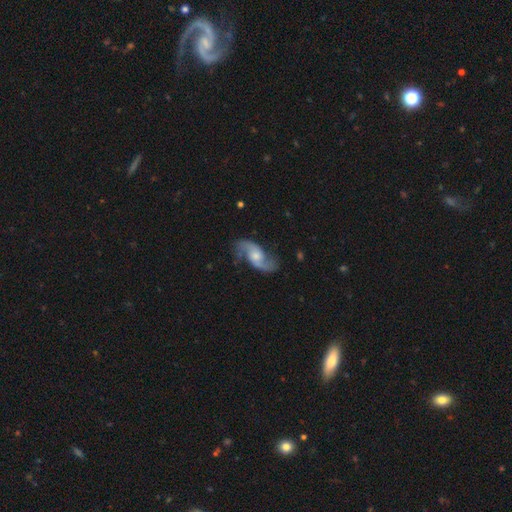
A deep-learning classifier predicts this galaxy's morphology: A featured or disk galaxy (87%) with no bar (58%), 2 (93%) loose (60%) spiral arms (97%) and a moderate central bulge (51%).

Vote fractions:
- Smooth or featured? featured or disk: 87% / smooth: 8% / star or artifact: 5%
- Edge-on disk? no: 96% / yes: 4%
- Bar? no: 58% / weak: 35% / strong: 7%
- Spiral arms? yes: 97% / no: 3%
- Spiral winding? loose: 60% / medium: 33% / tight: 7%
- Spiral arm count? 2: 93% / can't tell: 2% / 1: 2% / 3: 1% / 4: 1% / more than 4: 1%
- Bulge size? moderate: 51% / small: 34% / large: 8% / none: 6% / dominant: 1%
- Merging? none: 76% / minor disturbance: 15% / major disturbance: 7% / merger: 2%